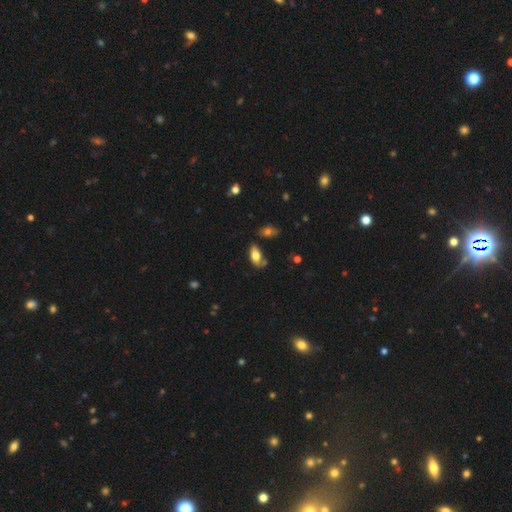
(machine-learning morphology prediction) Smooth or featured? smooth (73%)
How rounded? in between (90%)
Merging? none (61%)